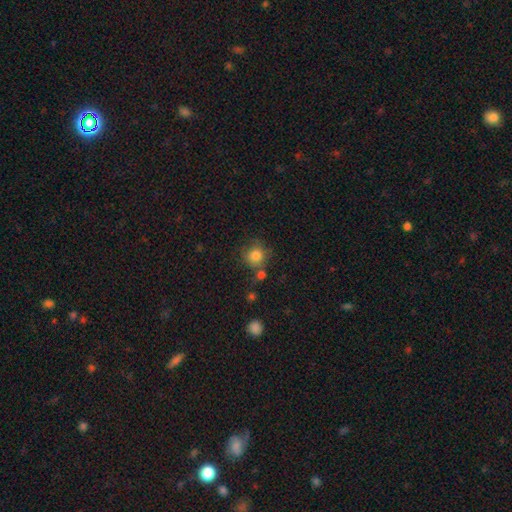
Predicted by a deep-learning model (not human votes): A smooth galaxy with no disk features (83%) that is round (90%). Merging: none (69%).